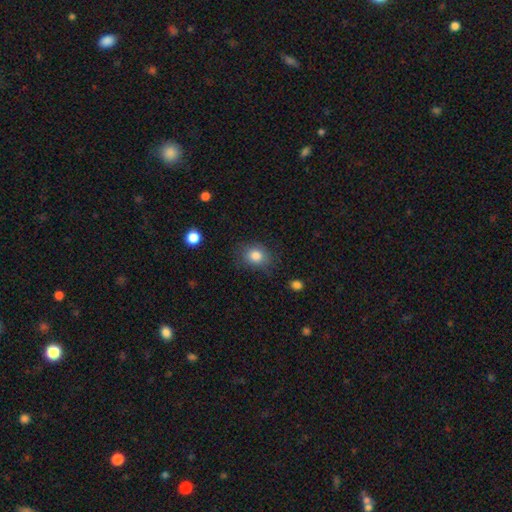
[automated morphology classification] smooth 84%, star or artifact 9%, featured or disk 7%. Down the decision tree: how rounded — round (52%); merging — none (74%).